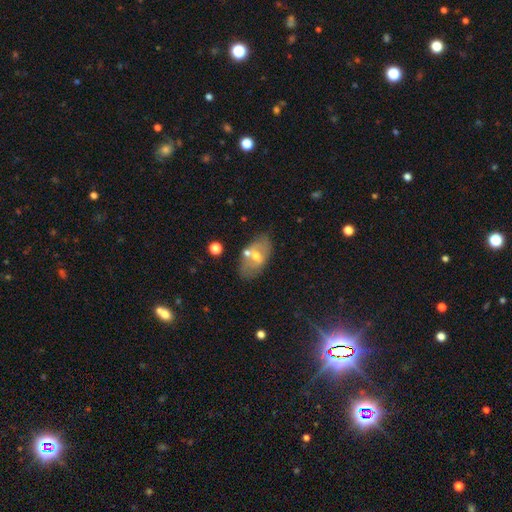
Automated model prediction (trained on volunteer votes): featured or disk 48%, smooth 43%, star or artifact 9%. Down the decision tree: merging — none (65%).